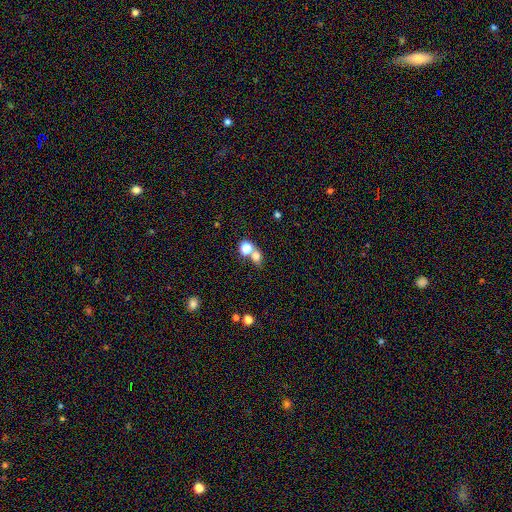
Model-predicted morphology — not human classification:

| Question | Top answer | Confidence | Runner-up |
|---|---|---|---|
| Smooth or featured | smooth | 74% | star or artifact (15%) |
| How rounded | round | 62% | in between (37%) |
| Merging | merger | 50% | none (38%) |